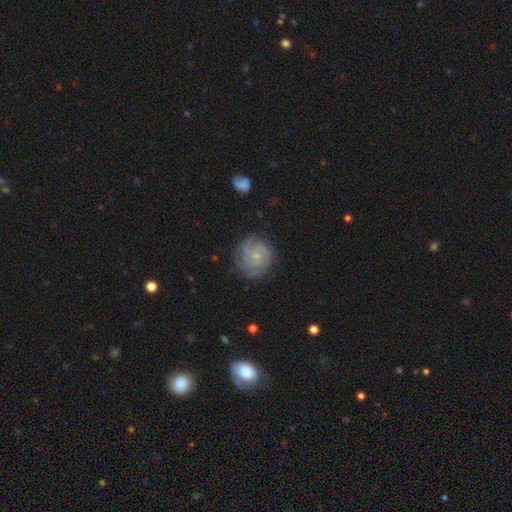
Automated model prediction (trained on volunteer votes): This appears to be a featured or disk galaxy (76%) with no bar (80%), 3 (28%) tight (66%) spiral arms (94%) and a small central bulge (78%). Merging: none (76%).